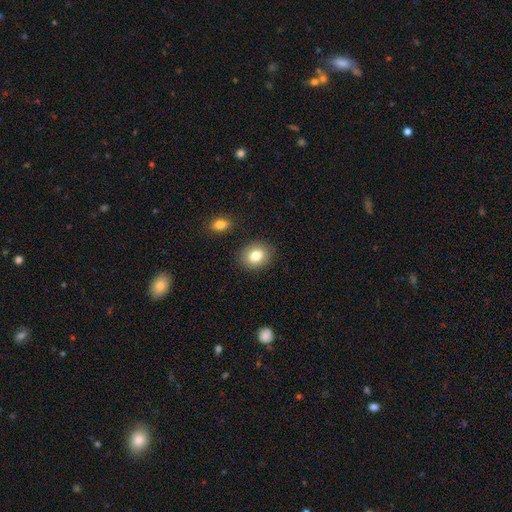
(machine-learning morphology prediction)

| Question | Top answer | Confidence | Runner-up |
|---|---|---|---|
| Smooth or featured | smooth | 81% | featured or disk (10%) |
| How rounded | in between | 50% | round (49%) |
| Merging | none | 86% | minor disturbance (9%) |